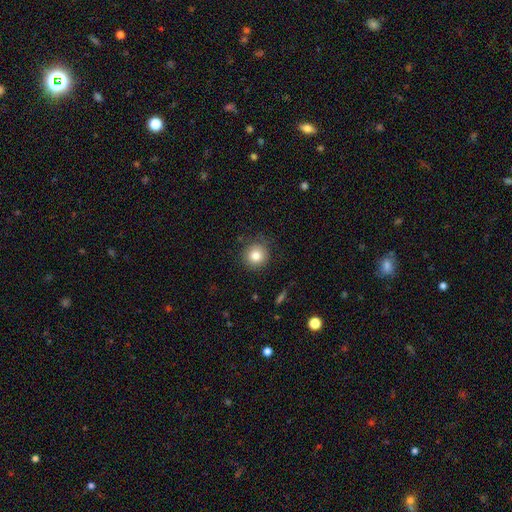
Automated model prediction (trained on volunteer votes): Smooth or featured? smooth (81%)
How rounded? round (94%)
Merging? none (87%)